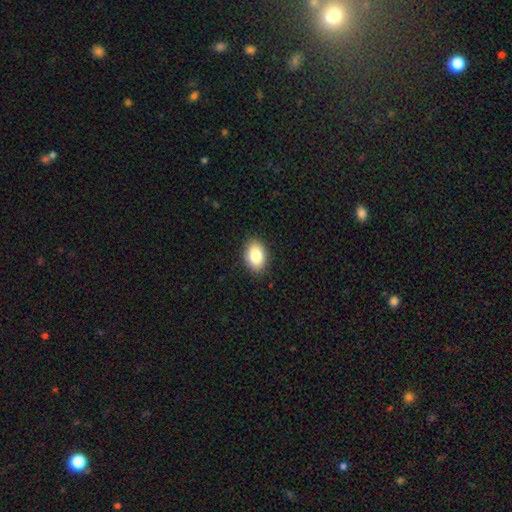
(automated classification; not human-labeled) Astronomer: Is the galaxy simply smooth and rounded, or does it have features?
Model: smooth — 86%.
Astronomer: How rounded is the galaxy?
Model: in between — 86%.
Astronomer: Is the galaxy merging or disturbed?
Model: none — 88%.